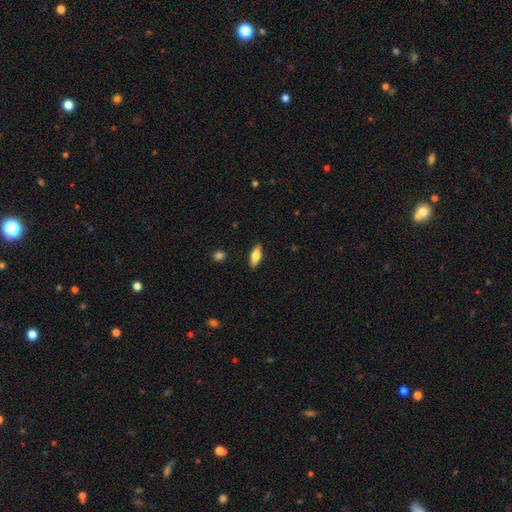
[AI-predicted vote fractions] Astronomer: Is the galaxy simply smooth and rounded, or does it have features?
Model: smooth — 65%.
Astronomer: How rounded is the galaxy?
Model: in between — 69%.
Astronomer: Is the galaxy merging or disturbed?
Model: none — 89%.